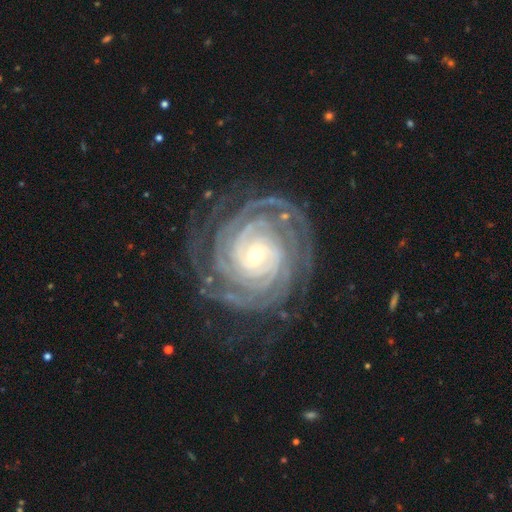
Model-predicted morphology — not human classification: Q: Smooth or featured?
A: featured or disk (93%); runner-up: star or artifact (5%)
Q: Edge-on disk?
A: no (98%); runner-up: yes (2%)
Q: Bar?
A: no (55%); runner-up: weak (28%)
Q: Spiral arms?
A: yes (99%); runner-up: no (1%)
Q: Spiral winding?
A: tight (85%); runner-up: medium (13%)
Q: Spiral arm count?
A: 4 (25%); runner-up: more than 4 (20%)
Q: Bulge size?
A: small (69%); runner-up: moderate (27%)
Q: Merging?
A: none (79%); runner-up: minor disturbance (14%)